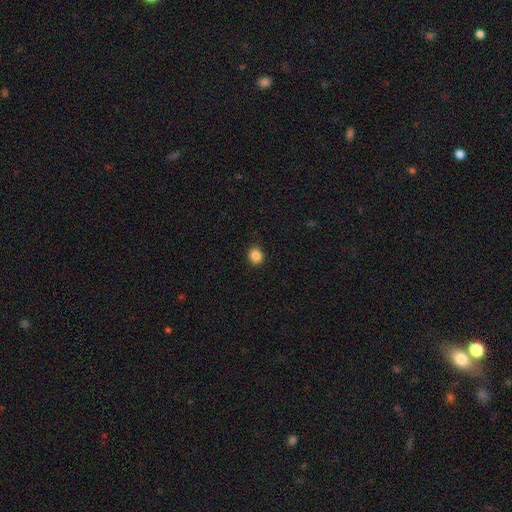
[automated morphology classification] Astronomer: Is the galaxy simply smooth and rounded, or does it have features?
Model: smooth — 86%.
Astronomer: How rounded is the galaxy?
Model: round — 74%.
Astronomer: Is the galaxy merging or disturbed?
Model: none — 87%.